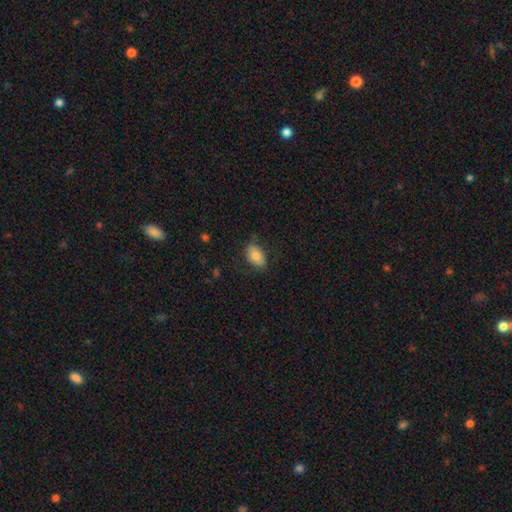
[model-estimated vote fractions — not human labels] smooth_or_featured: smooth (p=0.75) [alt: featured or disk p=0.17]
how_rounded: in between (p=0.89) [alt: round p=0.09]
merging: none (p=0.75) [alt: minor disturbance p=0.19]